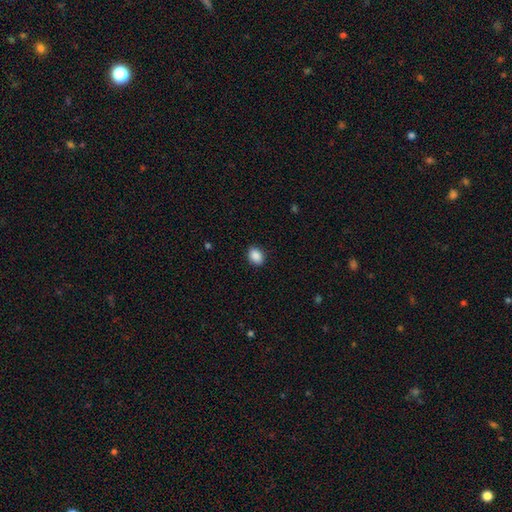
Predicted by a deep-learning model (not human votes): A smooth galaxy with no disk features (89%) that is in between round and cigar-shaped (73%). Merging: none (88%).